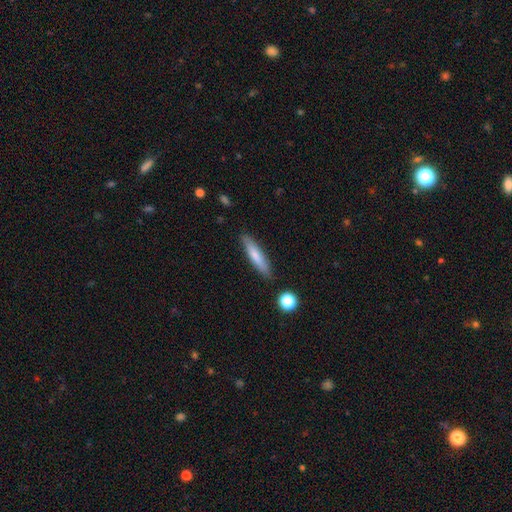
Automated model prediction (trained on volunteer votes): smooth_or_featured: smooth (p=0.73) [alt: featured or disk p=0.21]
how_rounded: cigar-shaped (p=0.86) [alt: in between p=0.12]
merging: none (p=0.86) [alt: minor disturbance p=0.10]